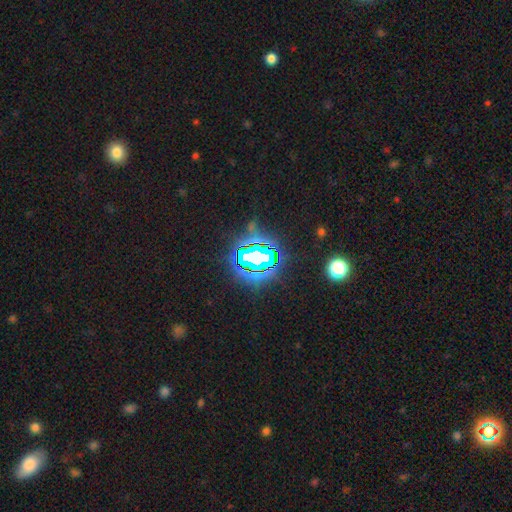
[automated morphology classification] Smooth or featured: star or artifact — 75% (smooth — 13%)